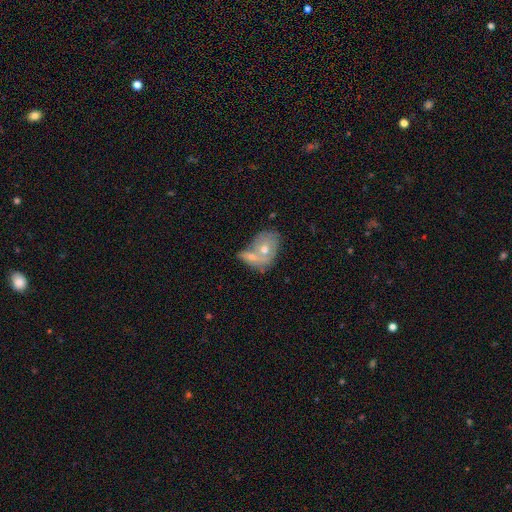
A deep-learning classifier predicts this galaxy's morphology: This is possibly a smooth galaxy (48%). Merging: possibly merger (56%).